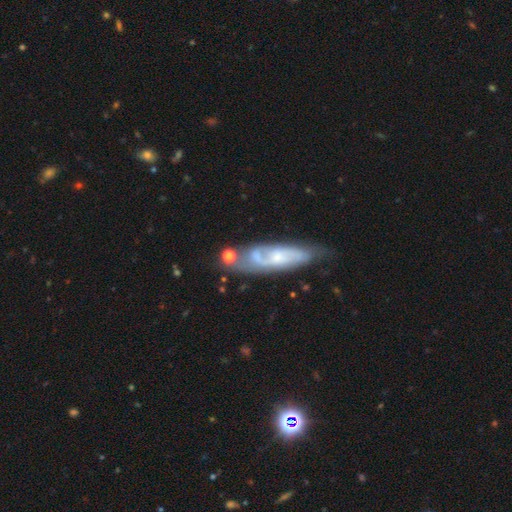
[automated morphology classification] smooth-or-featured: featured or disk: 69% | smooth: 24% | star or artifact: 7%
  disk-edge-on: no: 85% | yes: 15%
    bar: no: 56% | weak: 36% | strong: 9%
    has-spiral-arms: yes: 86% | no: 14%
    bulge-size: small: 55% | moderate: 29% | none: 11% | large: 4% | dominant: 2%
  merging: none: 51% | minor disturbance: 23% | major disturbance: 14% | merger: 11%